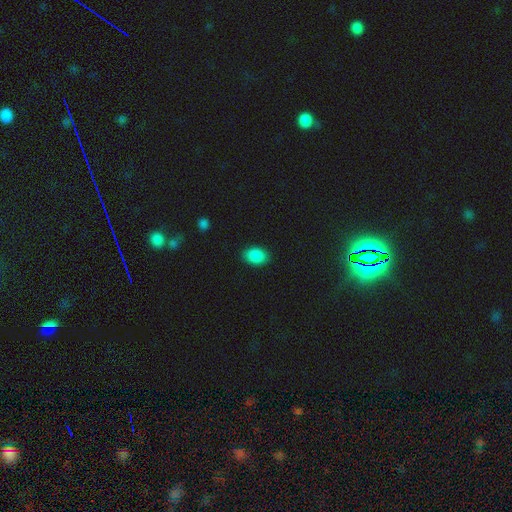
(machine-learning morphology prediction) Smooth or featured? smooth (88%)
How rounded? in between (82%)
Merging? none (88%)